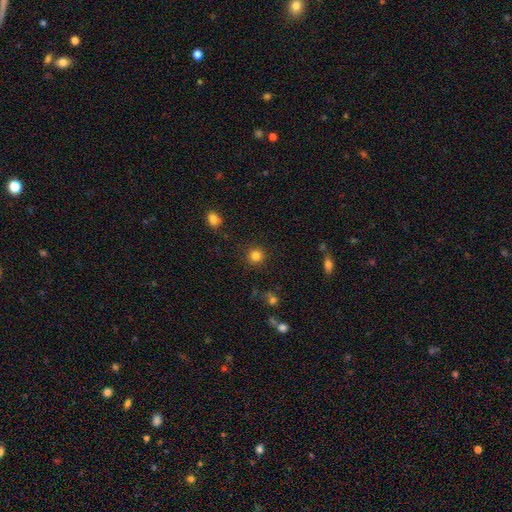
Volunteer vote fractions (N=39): Overall: smooth (87%). How rounded: round (94%). Merging: none (86%).